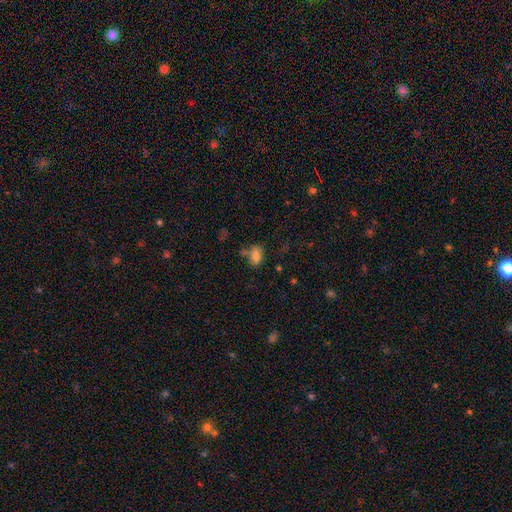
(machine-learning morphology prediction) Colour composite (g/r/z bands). It shows a smooth galaxy with no disk features (77%) that is in between round and cigar-shaped (84%). Merging: none (56%).